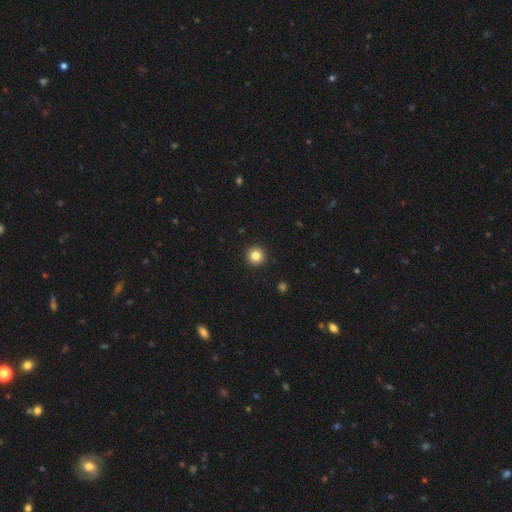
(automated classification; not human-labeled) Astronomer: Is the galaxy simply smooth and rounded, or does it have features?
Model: smooth — 84%.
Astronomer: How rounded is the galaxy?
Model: round — 96%.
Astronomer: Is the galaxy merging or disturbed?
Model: none — 93%.